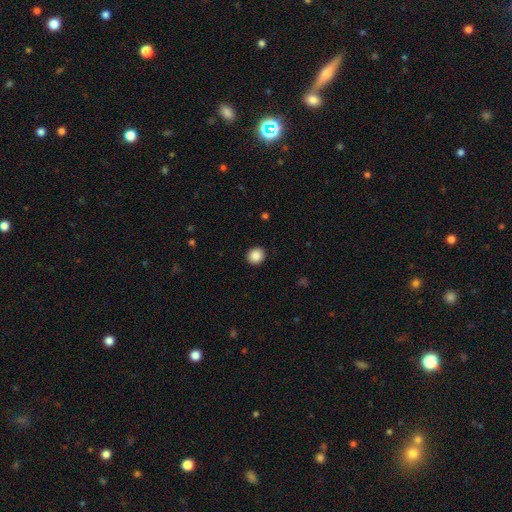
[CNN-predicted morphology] type=smooth (88%); roundness=round (84%); merging=none (91%).